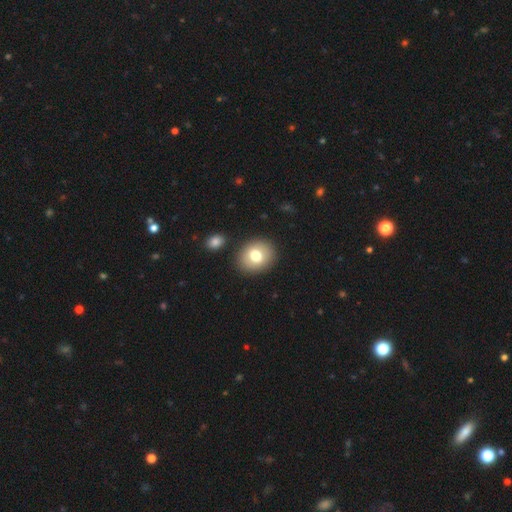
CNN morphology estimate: smooth-or-featured: smooth: 74% | featured or disk: 17% | star or artifact: 9%
  how-rounded: round: 57% | in between: 42% | cigar-shaped: 1%
  merging: none: 85% | minor disturbance: 8% | merger: 4% | major disturbance: 3%